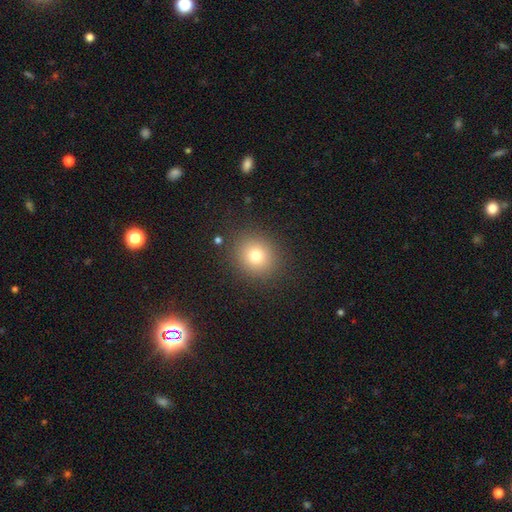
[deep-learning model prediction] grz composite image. It shows a smooth galaxy with no disk features (78%) that is round (83%). Merging: none (88%).